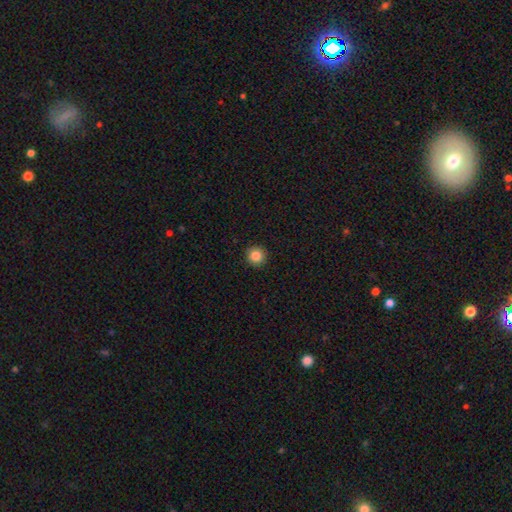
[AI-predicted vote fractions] smooth-or-featured: smooth: 85% | star or artifact: 10% | featured or disk: 5%
  how-rounded: round: 95% | in between: 5% | cigar-shaped: 1%
  merging: none: 93% | minor disturbance: 5% | major disturbance: 1% | merger: 1%